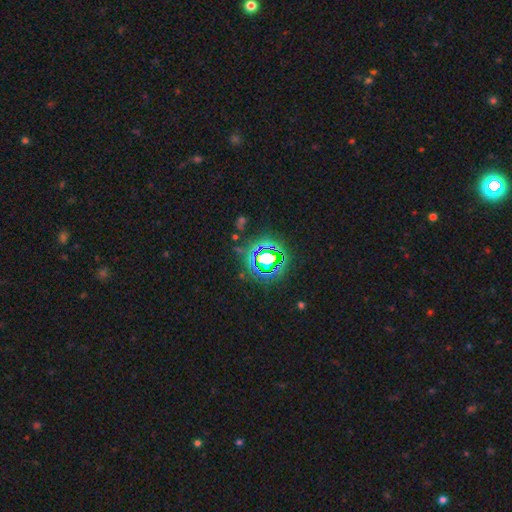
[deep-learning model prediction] smooth_or_featured: star or artifact (p=0.77) [alt: smooth p=0.14]